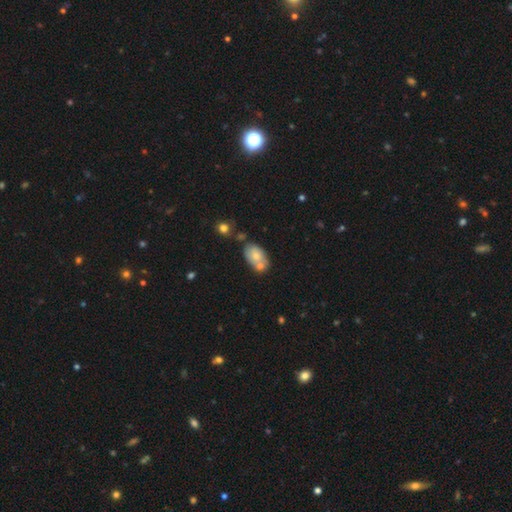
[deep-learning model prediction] Smooth or featured? Predicted: smooth (p=0.66). How rounded? Predicted: in between (p=0.89). Merging? Predicted: merger (p=0.40).